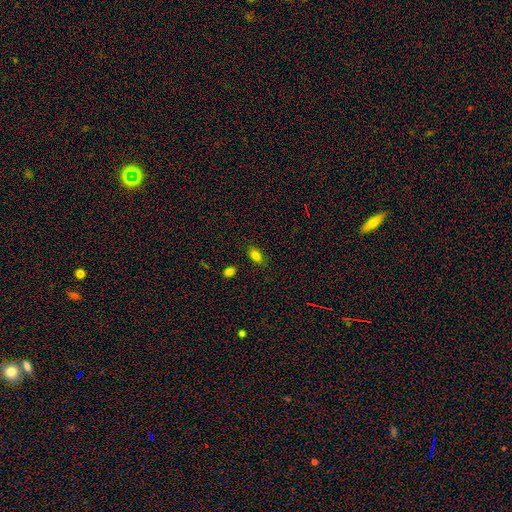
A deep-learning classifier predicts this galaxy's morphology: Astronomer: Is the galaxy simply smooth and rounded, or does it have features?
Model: smooth — 81%.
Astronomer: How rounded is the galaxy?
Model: in between — 85%.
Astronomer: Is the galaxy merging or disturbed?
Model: none — 83%.